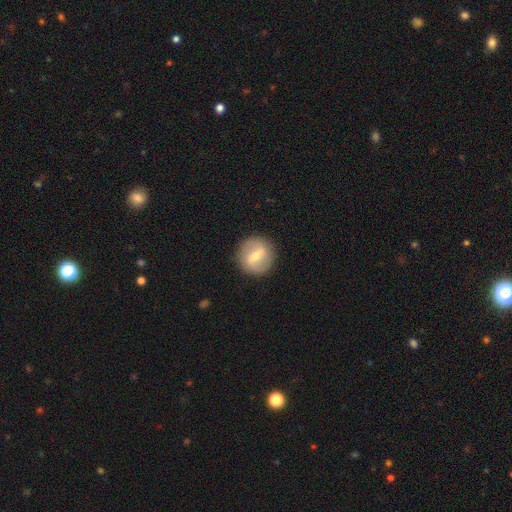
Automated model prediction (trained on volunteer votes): Morphology: type=featured or disk (53%); edge-on=no (95%); merging=none (90%).